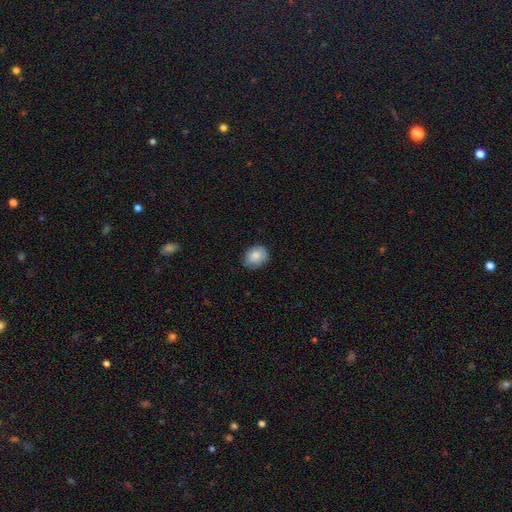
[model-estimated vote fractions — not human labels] The model was most divided on "how rounded": in between: 50%, round: 49%, cigar-shaped: 1%. More confident: smooth or featured — smooth (82%); merging — none (70%).